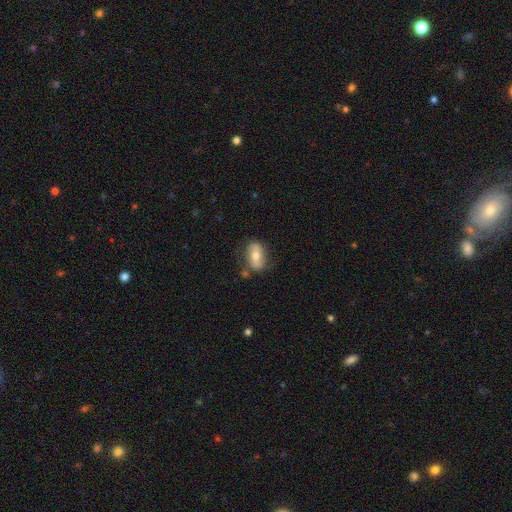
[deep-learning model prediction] smooth-or-featured: smooth: 52% | featured or disk: 41% | star or artifact: 7%
  how-rounded: in between: 85% | round: 12% | cigar-shaped: 3%
  merging: none: 72% | minor disturbance: 18% | major disturbance: 5% | merger: 5%